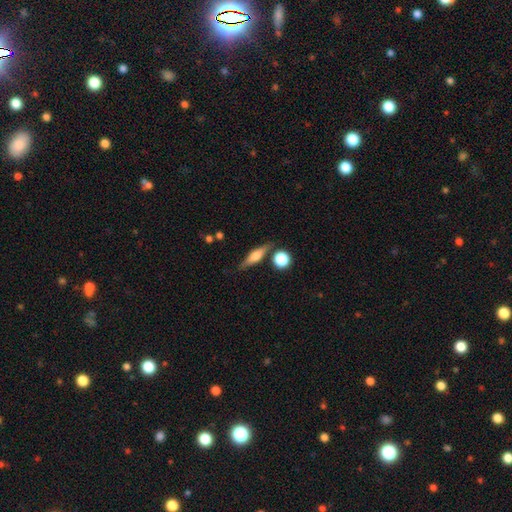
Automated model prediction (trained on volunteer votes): A featured or disk galaxy (49%).

Vote fractions:
- Smooth or featured? featured or disk: 49% / smooth: 43% / star or artifact: 8%
- Merging? none: 78% / minor disturbance: 12% / merger: 7% / major disturbance: 3%